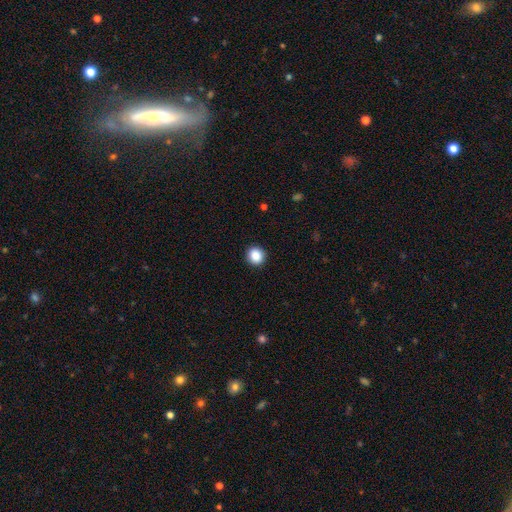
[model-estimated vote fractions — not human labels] This is clearly a smooth galaxy (88%). How rounded: clearly round (91%). Merging: clearly none (92%).